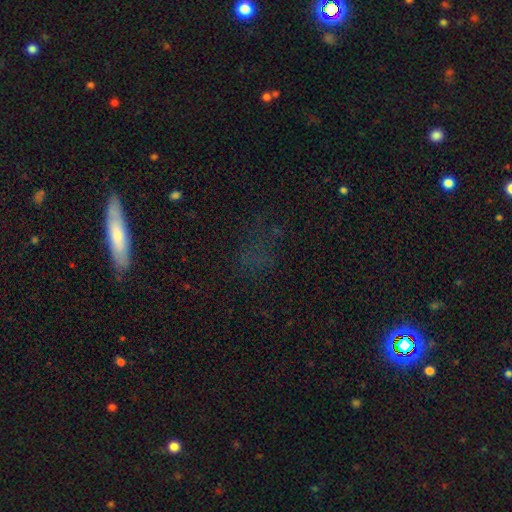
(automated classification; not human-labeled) Q: Smooth or featured?
A: smooth (41%); runner-up: star or artifact (34%)
Q: Merging?
A: none (66%); runner-up: minor disturbance (16%)